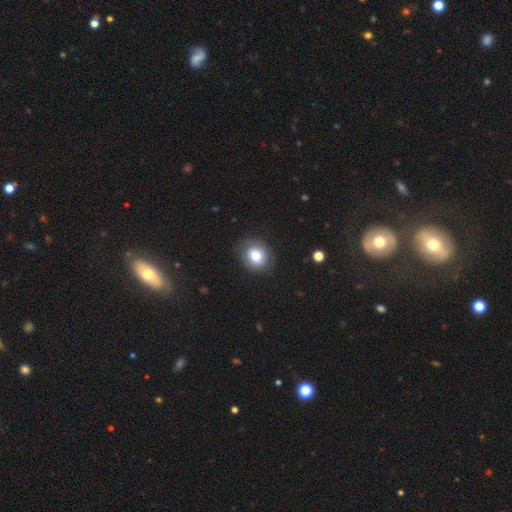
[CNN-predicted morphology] Smooth or featured? smooth (77%)
How rounded? round (55%)
Merging? none (79%)